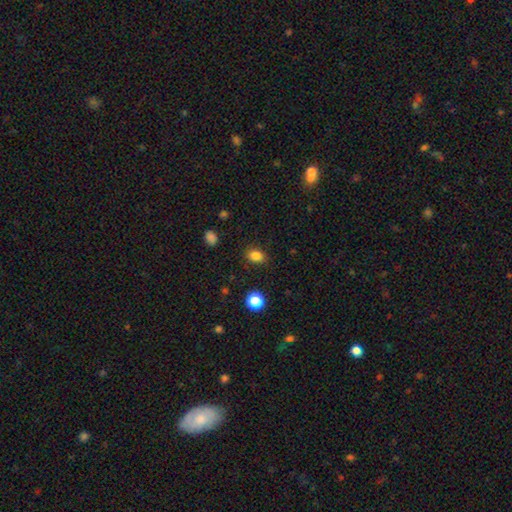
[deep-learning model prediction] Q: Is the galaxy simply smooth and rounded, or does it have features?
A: smooth — 84%.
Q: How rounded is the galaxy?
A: in between — 64%.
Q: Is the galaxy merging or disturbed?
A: none — 85%.